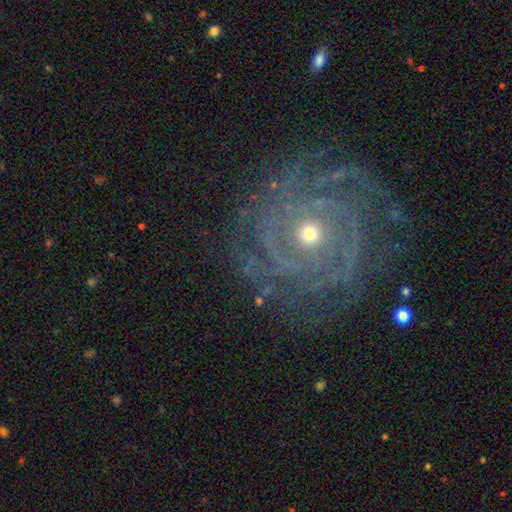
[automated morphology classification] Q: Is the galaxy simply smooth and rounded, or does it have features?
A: featured or disk — 87%.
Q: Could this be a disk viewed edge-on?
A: no — 97%.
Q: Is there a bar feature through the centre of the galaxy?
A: no — 75%.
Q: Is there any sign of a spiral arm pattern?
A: yes — 97%.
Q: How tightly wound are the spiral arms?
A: tight — 82%.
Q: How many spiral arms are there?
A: can't tell — 24%.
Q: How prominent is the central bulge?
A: moderate — 49%.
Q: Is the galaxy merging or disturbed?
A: none — 79%.